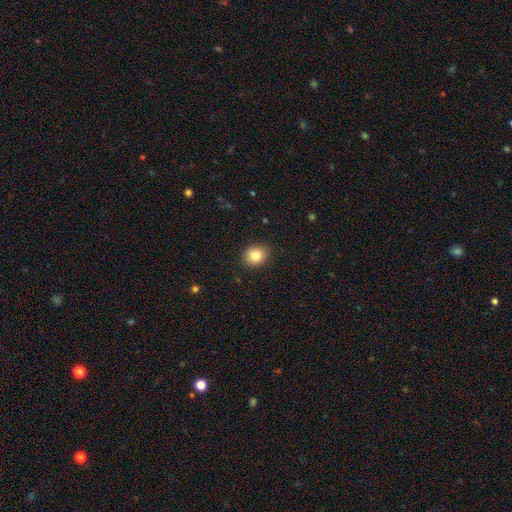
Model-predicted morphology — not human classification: smooth-or-featured: smooth: 82% | star or artifact: 10% | featured or disk: 8%
  how-rounded: round: 69% | in between: 30% | cigar-shaped: 1%
  merging: none: 89% | minor disturbance: 8% | major disturbance: 2% | merger: 1%